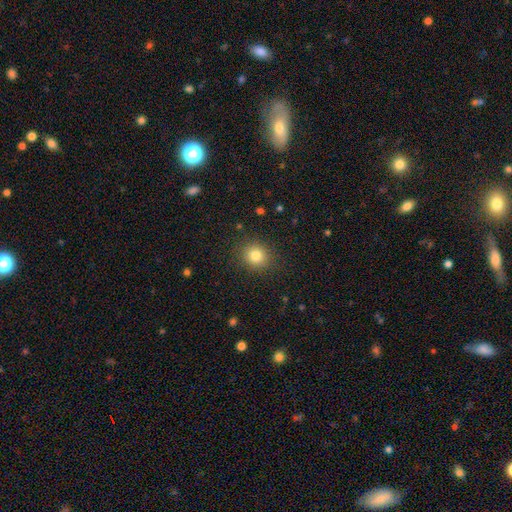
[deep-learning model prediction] Smooth or featured: smooth — 81% (star or artifact — 12%)
How rounded: round — 83% (in between — 16%)
Merging: none — 88% (minor disturbance — 8%)